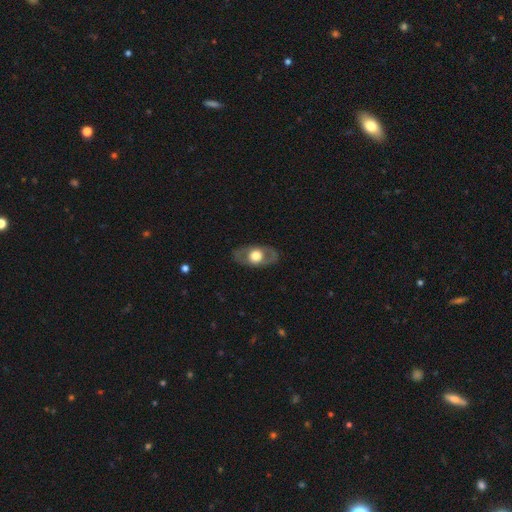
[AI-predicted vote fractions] Morphology: type=featured or disk (54%); edge-on=no (83%); merging=none (82%).